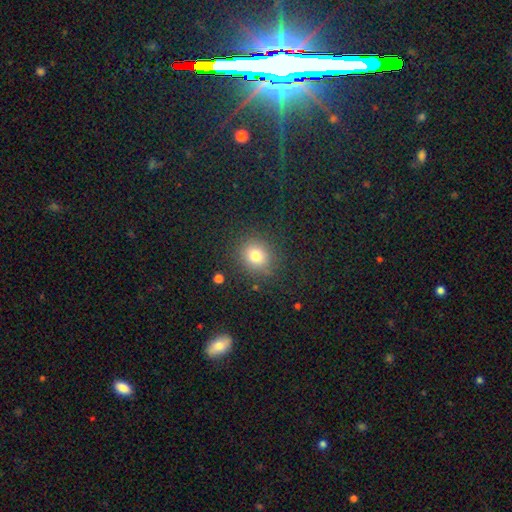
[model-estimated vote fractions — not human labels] smooth 77%, star or artifact 16%, featured or disk 7%. Down the decision tree: how rounded — round (82%); merging — none (86%).